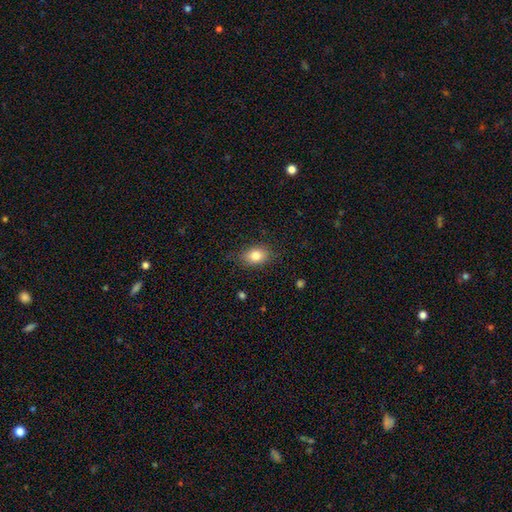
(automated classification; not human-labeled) Overall: smooth (81%). How rounded: in between (75%). Merging: none (81%).